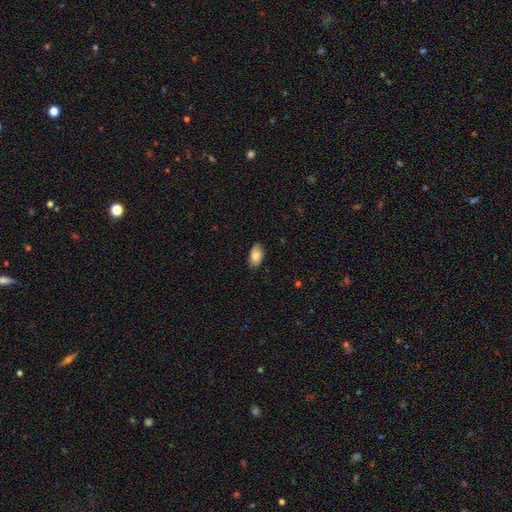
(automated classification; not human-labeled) smooth 87%, star or artifact 7%, featured or disk 7%. Down the decision tree: how rounded — in between (94%); merging — none (84%).